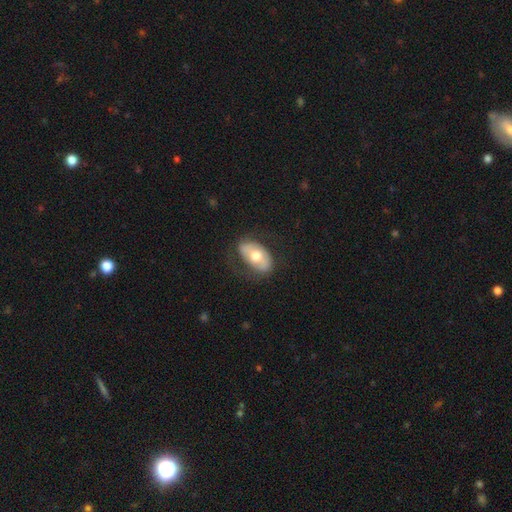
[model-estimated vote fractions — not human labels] Smooth or featured? smooth (49%)
Merging? none (67%)